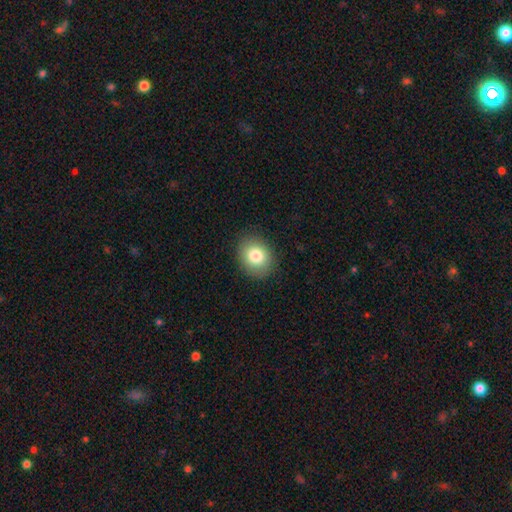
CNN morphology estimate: Overall: smooth (82%). How rounded: round (56%; in between 43%). Merging: none (88%).